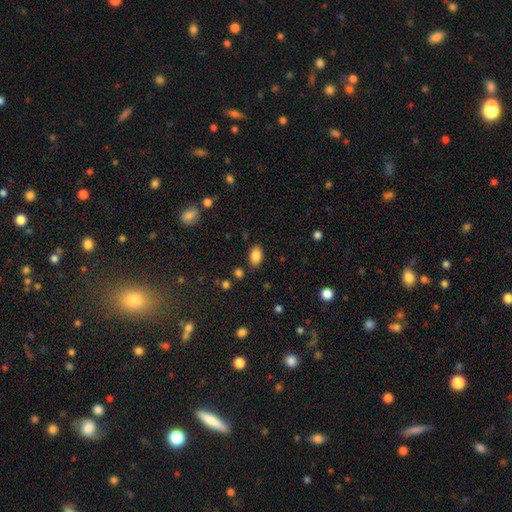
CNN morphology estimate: smooth_or_featured: smooth (p=0.85) [alt: star or artifact p=0.09]
how_rounded: in between (p=0.89) [alt: round p=0.09]
merging: none (p=0.84) [alt: minor disturbance p=0.11]